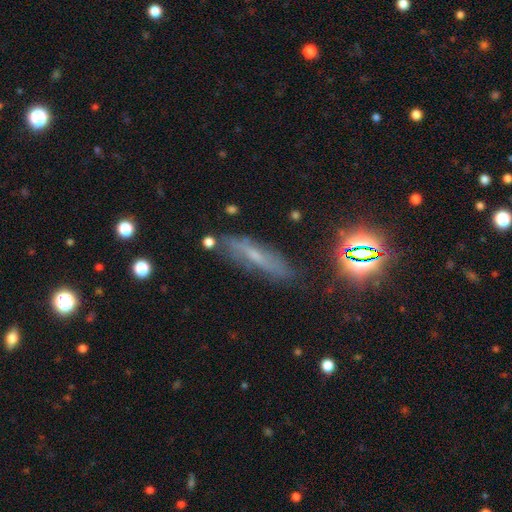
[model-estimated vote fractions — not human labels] Q: Smooth or featured?
A: featured or disk (42%); runner-up: smooth (37%)
Q: Merging?
A: none (71%); runner-up: minor disturbance (19%)